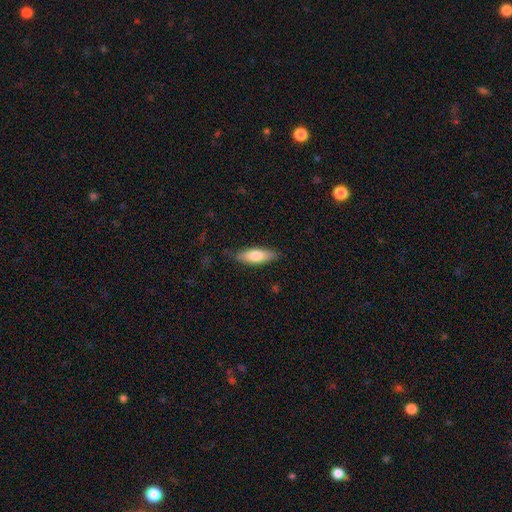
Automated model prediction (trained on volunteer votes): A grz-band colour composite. It shows a smooth galaxy with no disk features (76%) that is in between round and cigar-shaped (56%). Merging: none (80%).